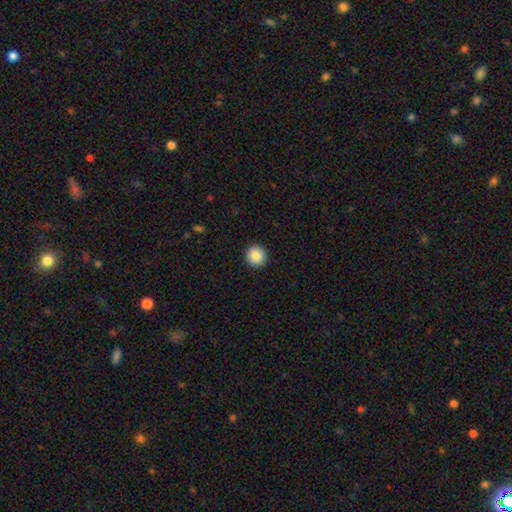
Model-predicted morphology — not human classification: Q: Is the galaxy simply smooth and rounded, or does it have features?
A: smooth — 88%.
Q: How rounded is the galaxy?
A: round — 95%.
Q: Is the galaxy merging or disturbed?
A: none — 93%.